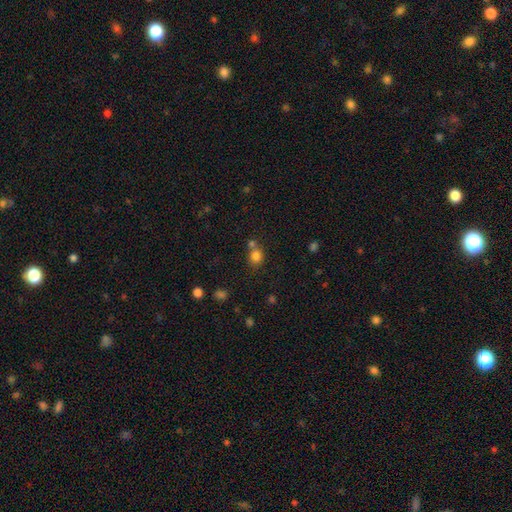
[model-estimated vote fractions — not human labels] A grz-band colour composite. It shows a smooth galaxy with no disk features (79%) that is round (74%). Merging: none (52%).